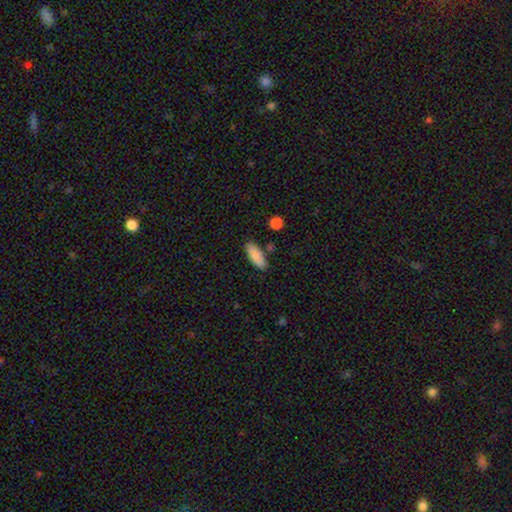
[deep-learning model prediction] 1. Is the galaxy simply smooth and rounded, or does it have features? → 87% smooth, 7% featured or disk, 6% star or artifact.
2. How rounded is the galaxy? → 68% in between, 30% cigar-shaped, 2% round.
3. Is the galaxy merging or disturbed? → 82% none, 12% minor disturbance, 4% merger, 3% major disturbance.